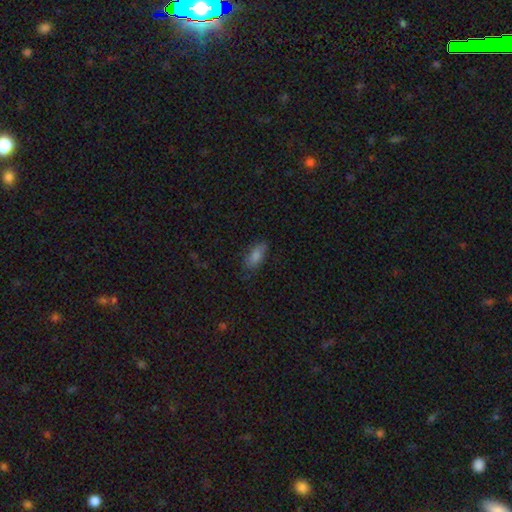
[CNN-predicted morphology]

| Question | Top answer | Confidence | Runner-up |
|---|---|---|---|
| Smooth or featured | smooth | 72% | featured or disk (16%) |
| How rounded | in between | 79% | cigar-shaped (17%) |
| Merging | none | 77% | minor disturbance (18%) |